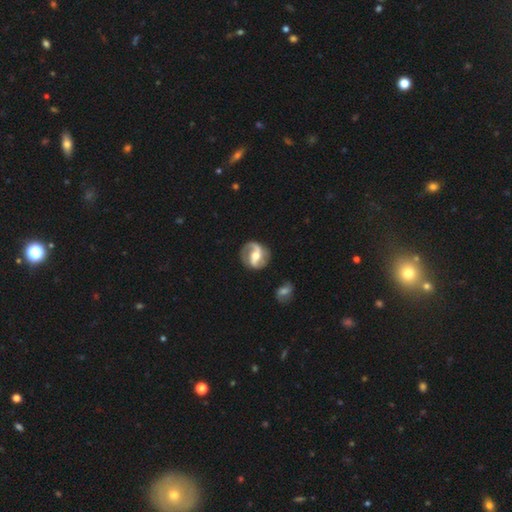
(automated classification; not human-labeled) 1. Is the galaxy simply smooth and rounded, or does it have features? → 85% featured or disk, 11% smooth, 4% star or artifact.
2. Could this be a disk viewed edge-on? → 97% no, 3% yes.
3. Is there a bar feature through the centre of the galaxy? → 40% strong, 39% weak, 21% no.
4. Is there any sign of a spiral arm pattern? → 92% yes, 8% no.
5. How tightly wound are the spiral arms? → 45% medium, 37% loose, 19% tight.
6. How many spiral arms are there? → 89% 2, 5% 1, 3% can't tell, 1% 3, 1% 4, 1% more than 4.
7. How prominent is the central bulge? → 71% moderate, 16% small, 10% large, 1% none, 1% dominant.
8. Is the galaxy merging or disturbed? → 80% none, 13% minor disturbance, 5% major disturbance, 2% merger.